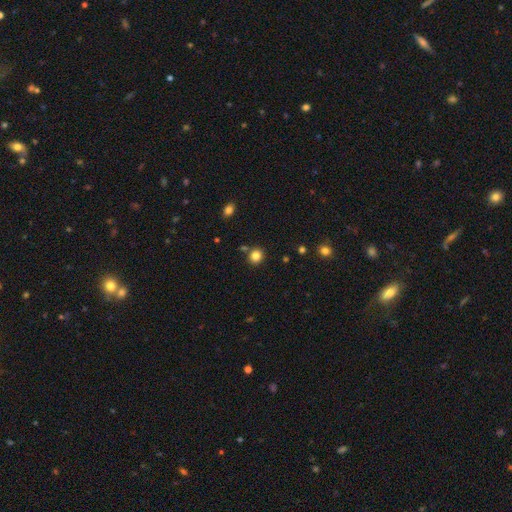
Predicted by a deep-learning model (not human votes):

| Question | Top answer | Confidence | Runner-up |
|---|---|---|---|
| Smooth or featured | smooth | 83% | star or artifact (12%) |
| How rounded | round | 84% | in between (15%) |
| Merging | none | 83% | minor disturbance (8%) |